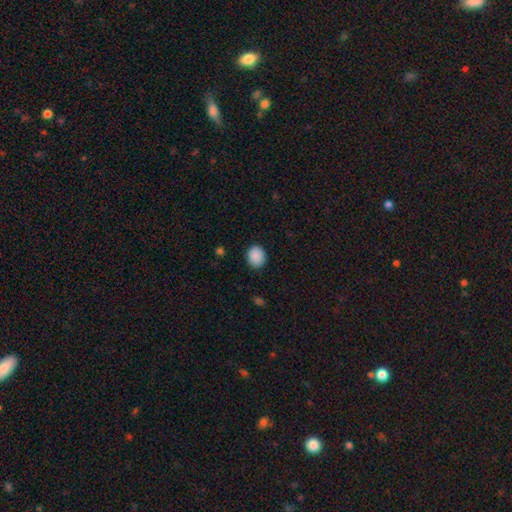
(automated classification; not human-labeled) A smooth galaxy with no disk features (90%) that is round (62%). Merging: none (88%).